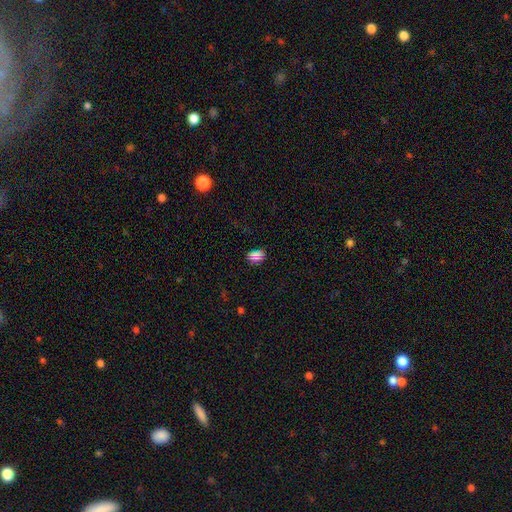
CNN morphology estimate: Q: Smooth or featured?
A: smooth (65%); runner-up: star or artifact (28%)
Q: How rounded?
A: in between (72%); runner-up: round (25%)
Q: Merging?
A: none (78%); runner-up: minor disturbance (14%)